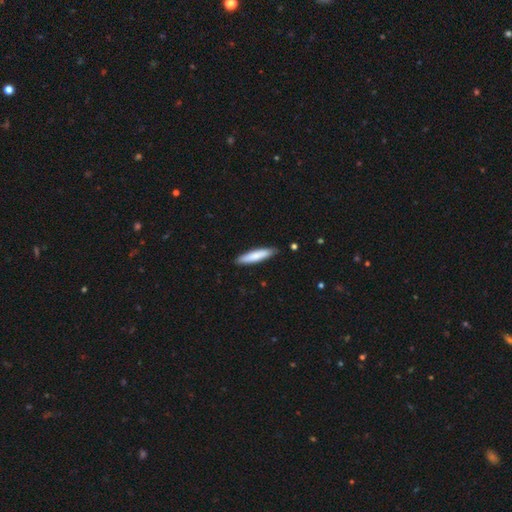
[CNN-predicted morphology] This is likely a smooth galaxy (79%). How rounded: clearly cigar-shaped (85%). Merging: clearly none (87%).